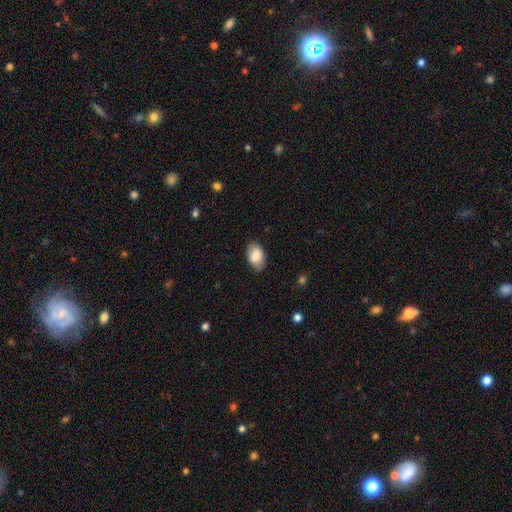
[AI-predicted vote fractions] A smooth galaxy with no disk features (84%) that is in between round and cigar-shaped (92%). Merging: none (83%).